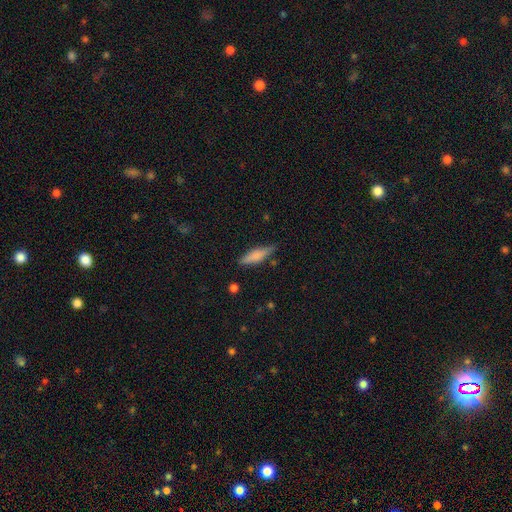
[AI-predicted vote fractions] Smooth or featured? smooth (68%)
How rounded? cigar-shaped (68%)
Merging? none (77%)